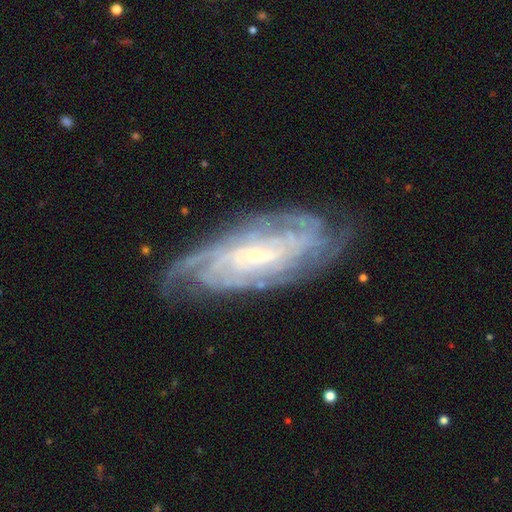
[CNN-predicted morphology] Smooth or featured?
  - featured or disk: 87% *
  - smooth: 7%
  - star or artifact: 6%
Edge-on disk?
  - no: 92% *
  - yes: 8%
Bar?
  - no: 51% *
  - weak: 35%
  - strong: 14%
Spiral arms?
  - yes: 97% *
  - no: 3%
Spiral winding?
  - tight: 72% *
  - medium: 24%
  - loose: 5%
Spiral arm count?
  - can't tell: 34% *
  - 4: 23%
  - more than 4: 16%
  - 3: 12%
  - 2: 9%
  - 1: 6%
Bulge size?
  - small: 80% *
  - moderate: 15%
  - none: 3%
  - large: 1%
  - dominant: 1%
Merging?
  - none: 74% *
  - minor disturbance: 18%
  - major disturbance: 6%
  - merger: 2%